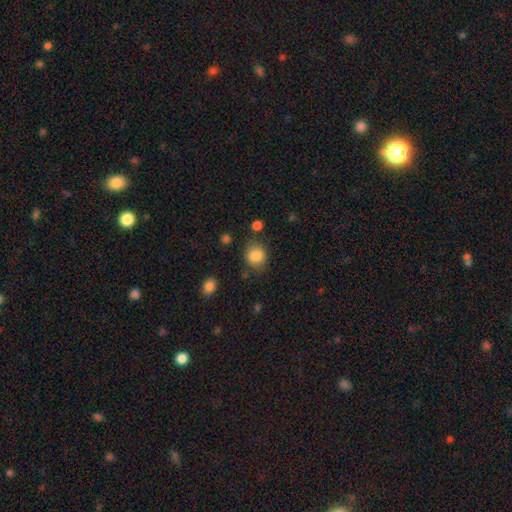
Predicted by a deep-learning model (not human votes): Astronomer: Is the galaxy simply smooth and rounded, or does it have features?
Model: smooth — 85%.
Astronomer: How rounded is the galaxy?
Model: round — 71%.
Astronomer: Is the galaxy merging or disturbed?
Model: none — 75%.